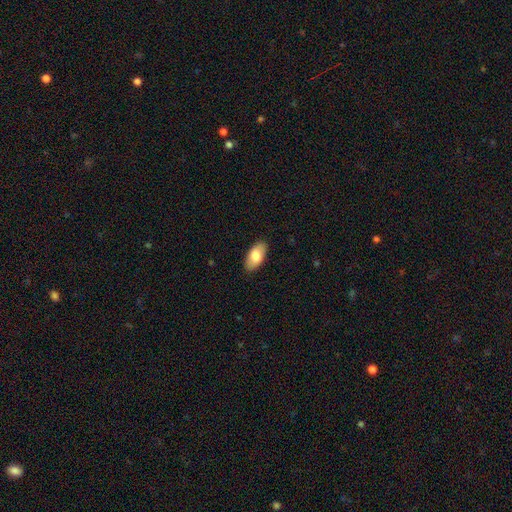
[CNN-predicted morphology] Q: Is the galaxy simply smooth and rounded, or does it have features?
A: smooth — 80%.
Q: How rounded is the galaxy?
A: in between — 94%.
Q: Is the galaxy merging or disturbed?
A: none — 88%.